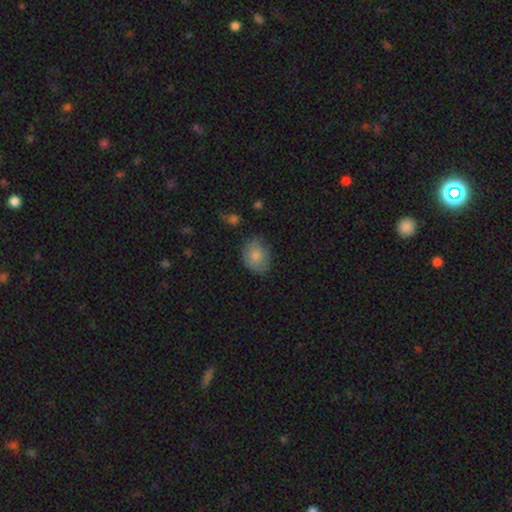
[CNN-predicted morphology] The model was most divided on "how rounded": in between: 51%, round: 48%, cigar-shaped: 1%. More confident: smooth or featured — smooth (80%); merging — none (68%).